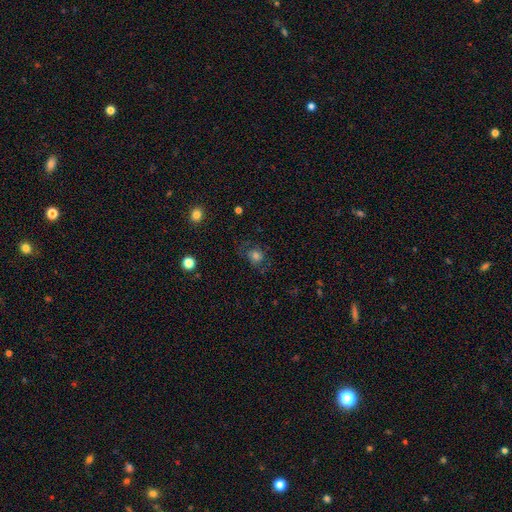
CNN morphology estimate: smooth_or_featured: smooth (p=0.63) [alt: featured or disk p=0.19]
how_rounded: round (p=0.75) [alt: in between p=0.24]
merging: none (p=0.62) [alt: minor disturbance p=0.20]